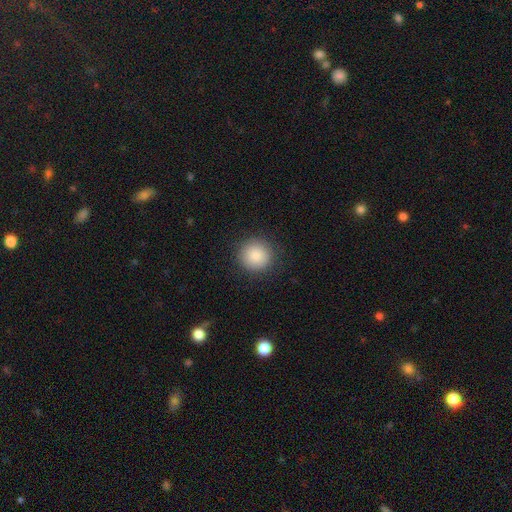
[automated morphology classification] This is clearly a smooth galaxy (86%). How rounded: clearly round (93%). Merging: clearly none (89%).